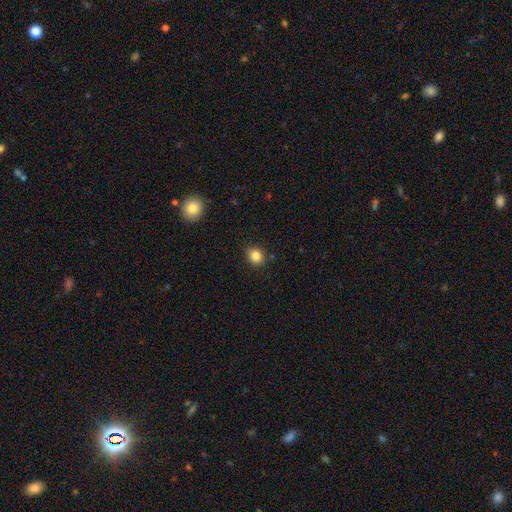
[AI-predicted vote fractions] Smooth or featured? smooth (84%)
How rounded? round (69%)
Merging? none (88%)